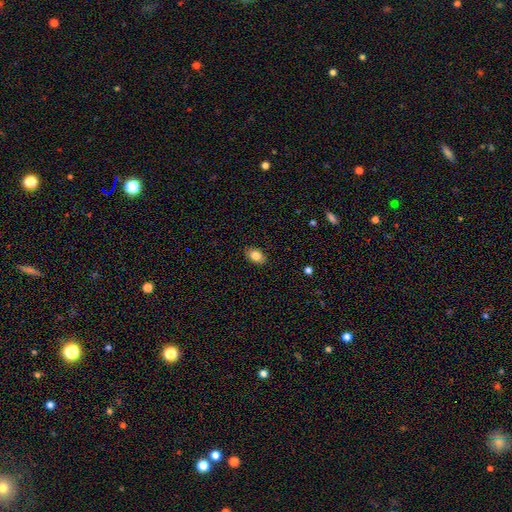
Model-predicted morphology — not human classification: This is clearly a smooth galaxy (84%). How rounded: clearly in between (86%). Merging: clearly none (88%).